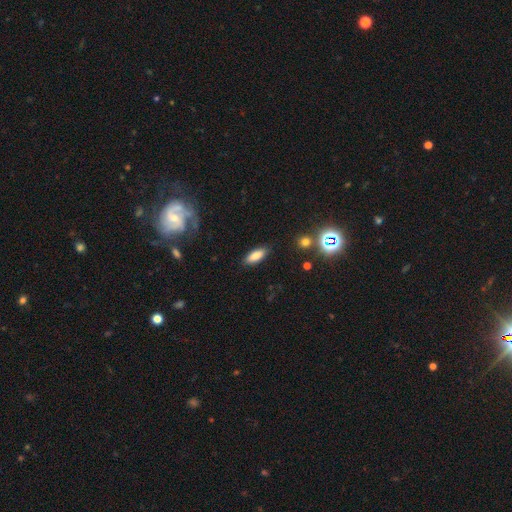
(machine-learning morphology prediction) smooth 81%, featured or disk 10%, star or artifact 10%. Down the decision tree: how rounded — in between (71%); merging — none (86%).